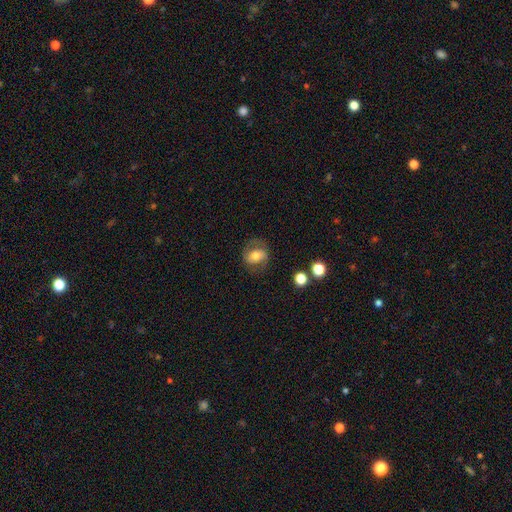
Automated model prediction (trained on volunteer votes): Smooth or featured: featured or disk — 46% (smooth — 45%)
Merging: none — 71% (minor disturbance — 16%)